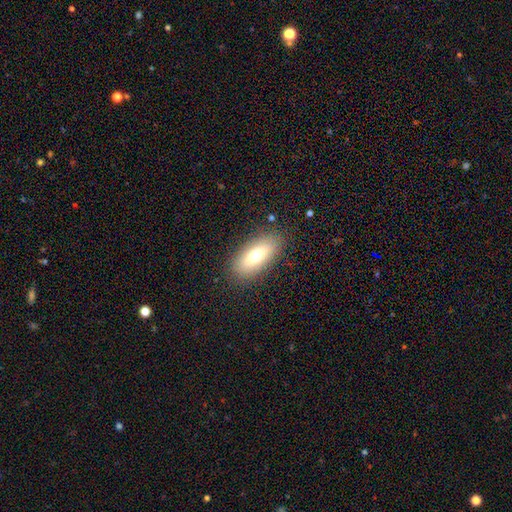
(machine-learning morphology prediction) smooth_or_featured: smooth (p=0.69) [alt: featured or disk p=0.22]
how_rounded: in between (p=0.83) [alt: cigar-shaped p=0.13]
merging: none (p=0.86) [alt: minor disturbance p=0.10]